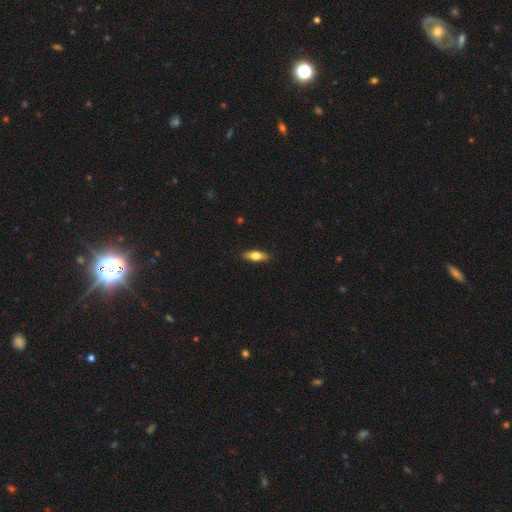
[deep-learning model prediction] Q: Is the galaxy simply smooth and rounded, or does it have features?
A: smooth — 68%.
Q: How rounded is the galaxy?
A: in between — 66%.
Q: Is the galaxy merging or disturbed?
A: none — 89%.